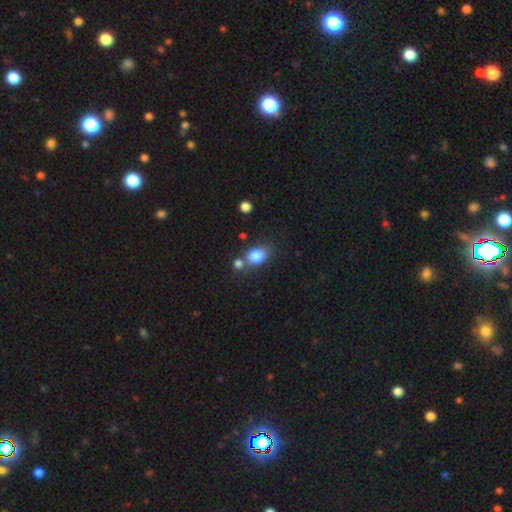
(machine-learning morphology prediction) A smooth galaxy with no disk features (82%) that is in between round and cigar-shaped (67%).

Vote fractions:
- Smooth or featured? smooth: 82% / star or artifact: 10% / featured or disk: 8%
- How rounded? in between: 67% / round: 31% / cigar-shaped: 2%
- Merging? none: 54% / merger: 26% / minor disturbance: 15% / major disturbance: 5%